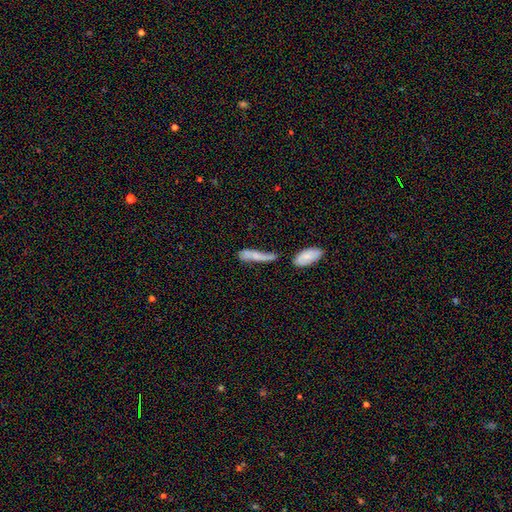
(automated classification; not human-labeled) Morphology: type=smooth (58%); roundness=cigar-shaped (74%); merging=none (37%).